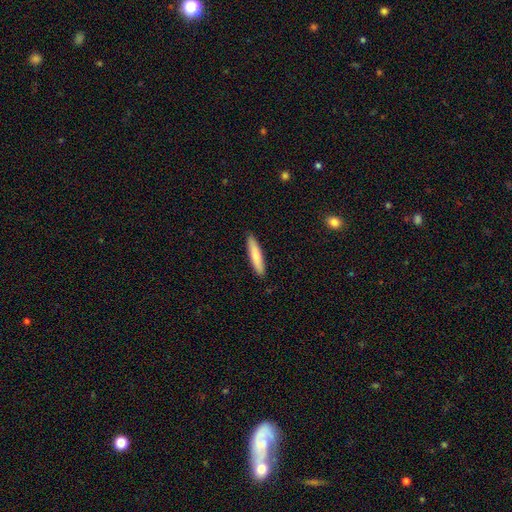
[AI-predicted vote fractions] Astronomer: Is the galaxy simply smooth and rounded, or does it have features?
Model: smooth — 79%.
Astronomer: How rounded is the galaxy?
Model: cigar-shaped — 87%.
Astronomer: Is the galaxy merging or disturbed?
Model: none — 90%.